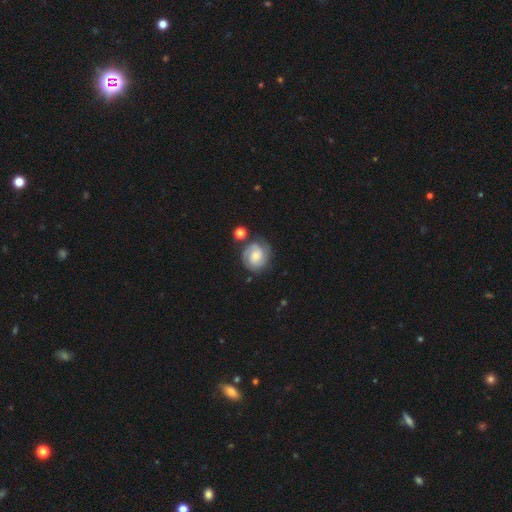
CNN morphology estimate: Smooth or featured?
  - featured or disk: 74% *
  - smooth: 20%
  - star or artifact: 7%
Edge-on disk?
  - no: 98% *
  - yes: 2%
Bar?
  - no: 64% *
  - weak: 31%
  - strong: 6%
Spiral arms?
  - yes: 95% *
  - no: 5%
Spiral winding?
  - tight: 64% *
  - medium: 29%
  - loose: 7%
Spiral arm count?
  - 2: 63% *
  - can't tell: 15%
  - 3: 11%
  - 1: 7%
  - 4: 2%
  - more than 4: 2%
Bulge size?
  - small: 48% *
  - moderate: 39%
  - none: 6%
  - large: 5%
  - dominant: 2%
Merging?
  - none: 72% *
  - minor disturbance: 17%
  - major disturbance: 7%
  - merger: 5%